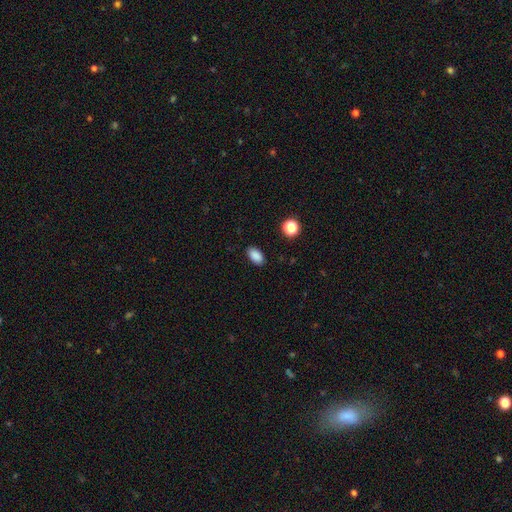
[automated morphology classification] Overall: smooth (87%). How rounded: in between (91%). Merging: none (88%).